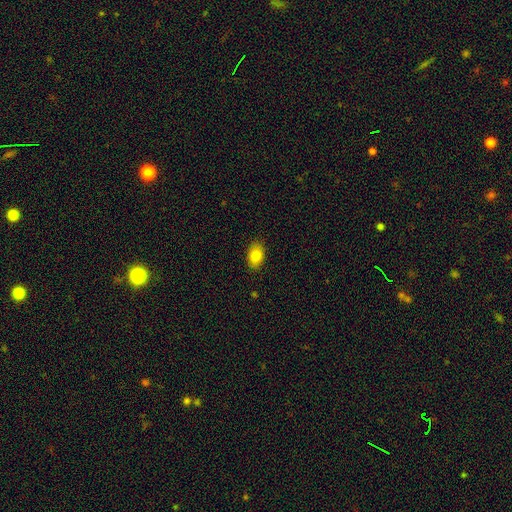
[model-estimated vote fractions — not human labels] The model was most divided on "smooth or featured": smooth: 84%, star or artifact: 8%, featured or disk: 8%. More confident: merging — none (88%); how rounded — in between (88%).